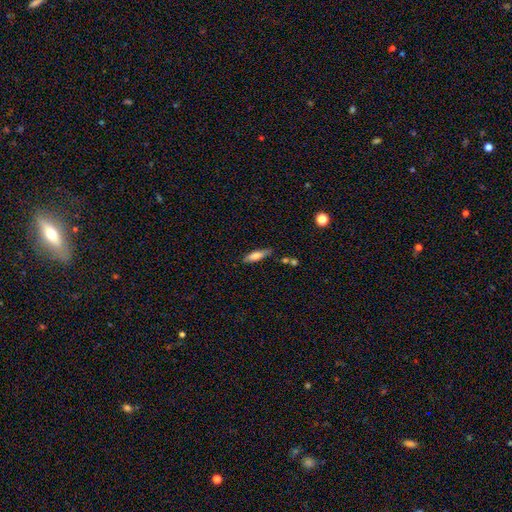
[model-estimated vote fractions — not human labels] Smooth or featured? smooth (70%)
How rounded? cigar-shaped (65%)
Merging? none (72%)